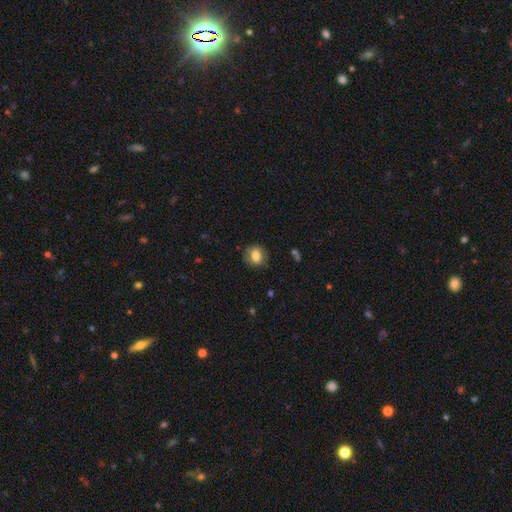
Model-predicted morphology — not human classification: Overall: smooth (78%). How rounded: round (55%; in between 44%). Merging: none (81%).